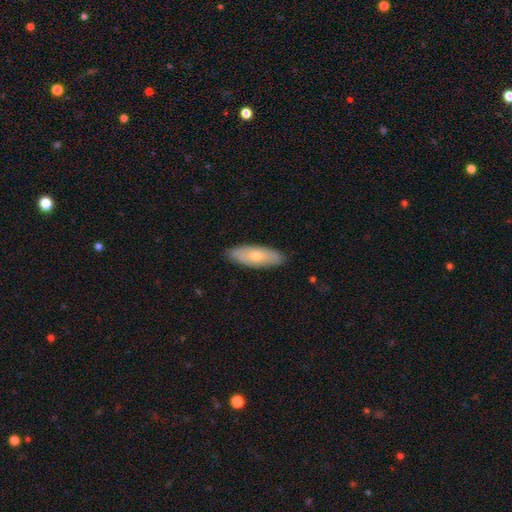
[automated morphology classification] smooth-or-featured: smooth: 55% | featured or disk: 39% | star or artifact: 6%
  how-rounded: in between: 64% | cigar-shaped: 34% | round: 2%
  merging: none: 85% | minor disturbance: 12% | major disturbance: 2% | merger: 1%